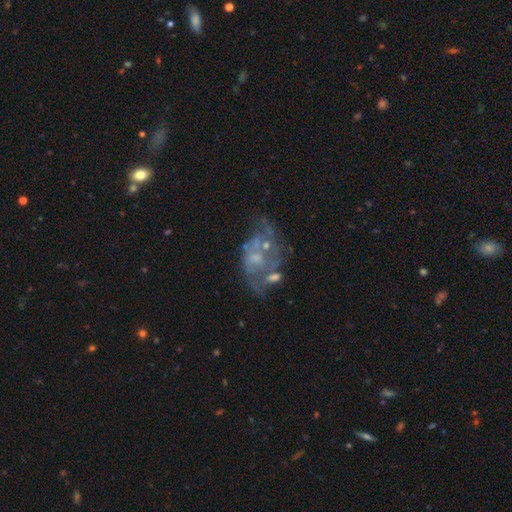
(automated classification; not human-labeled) A featured or disk galaxy (69%) with no bar (81%), no spiral arms (65%) and no central bulge (40%). Merging: none (31%).